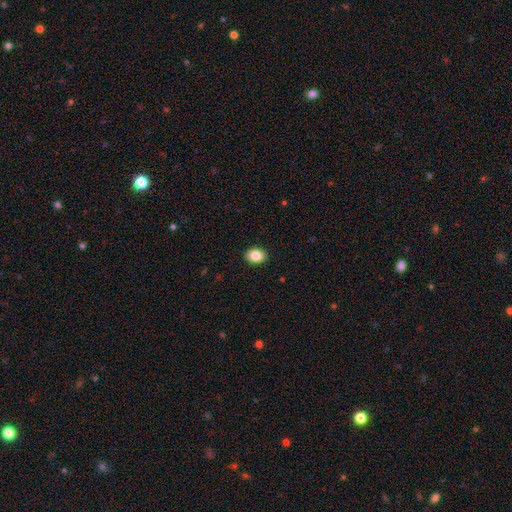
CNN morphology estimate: Q: Smooth or featured?
A: smooth (87%); runner-up: star or artifact (8%)
Q: How rounded?
A: in between (71%); runner-up: round (28%)
Q: Merging?
A: none (91%); runner-up: minor disturbance (7%)